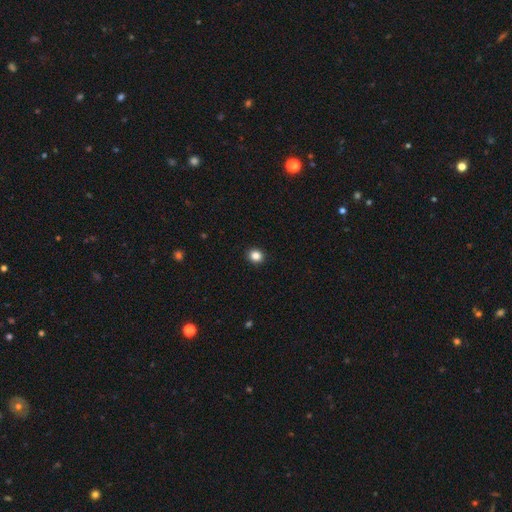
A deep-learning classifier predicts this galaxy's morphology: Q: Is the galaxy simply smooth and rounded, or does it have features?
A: smooth — 85%.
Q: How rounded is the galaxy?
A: round — 80%.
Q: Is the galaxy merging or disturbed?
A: none — 93%.